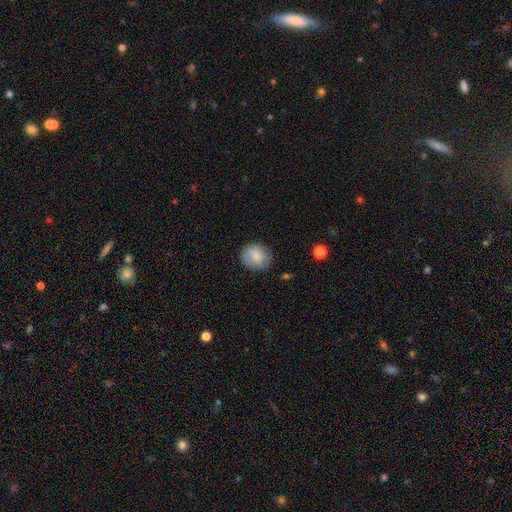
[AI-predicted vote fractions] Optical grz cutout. It shows a smooth galaxy with no disk features (83%) that is round (76%). Merging: none (80%).